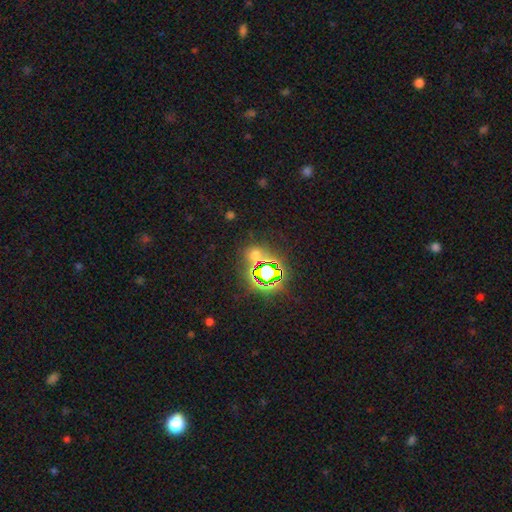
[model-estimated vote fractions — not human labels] A star or artifact, not a galaxy (56%).

Vote fractions:
- Smooth or featured? star or artifact: 56% / smooth: 35% / featured or disk: 9%